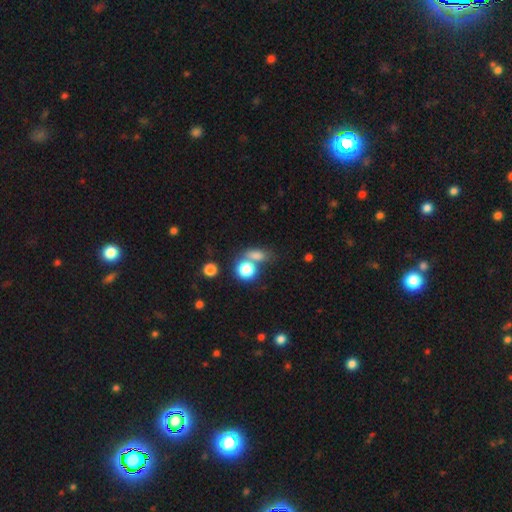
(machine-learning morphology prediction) smooth 76%, star or artifact 14%, featured or disk 10%. Down the decision tree: how rounded — in between (51%); merging — none (42%).